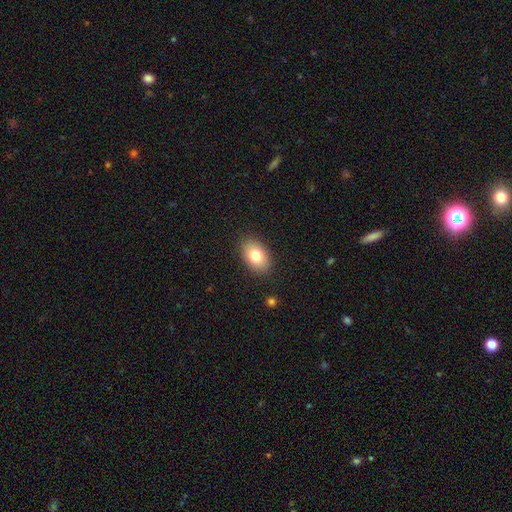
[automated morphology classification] smooth_or_featured: smooth (p=0.81) [alt: featured or disk p=0.12]
how_rounded: in between (p=0.87) [alt: round p=0.12]
merging: none (p=0.87) [alt: minor disturbance p=0.09]